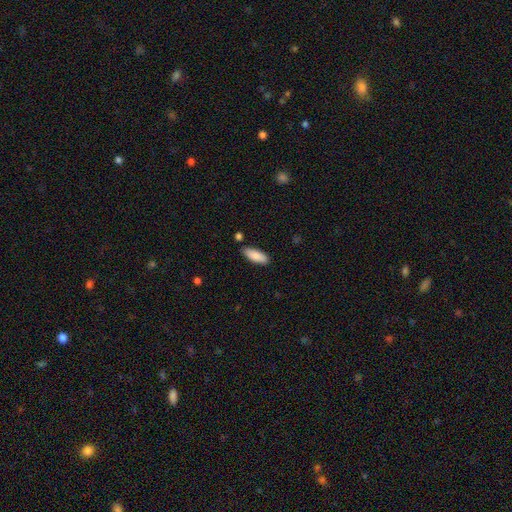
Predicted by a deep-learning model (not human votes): A smooth galaxy with no disk features (88%) that is in between round and cigar-shaped (69%).

Vote fractions:
- Smooth or featured? smooth: 88% / featured or disk: 6% / star or artifact: 6%
- How rounded? in between: 69% / cigar-shaped: 29% / round: 2%
- Merging? none: 85% / minor disturbance: 10% / merger: 3% / major disturbance: 2%